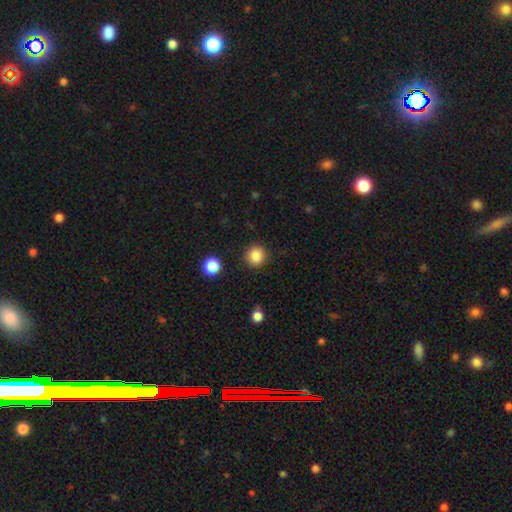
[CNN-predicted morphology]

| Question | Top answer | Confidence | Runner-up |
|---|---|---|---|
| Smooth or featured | smooth | 87% | star or artifact (10%) |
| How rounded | round | 94% | in between (5%) |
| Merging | none | 90% | minor disturbance (6%) |